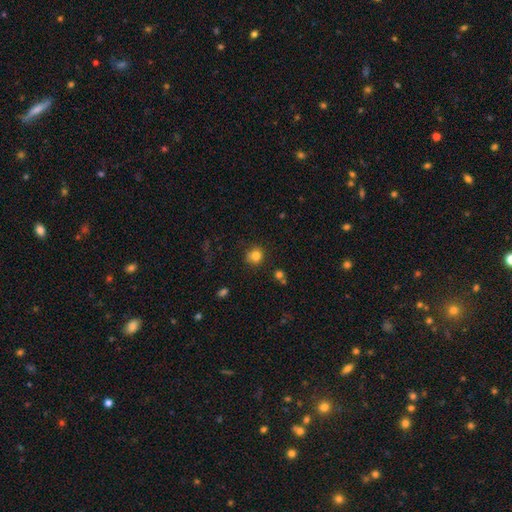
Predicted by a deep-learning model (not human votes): Overall: smooth (81%). How rounded: round (89%). Merging: none (83%).